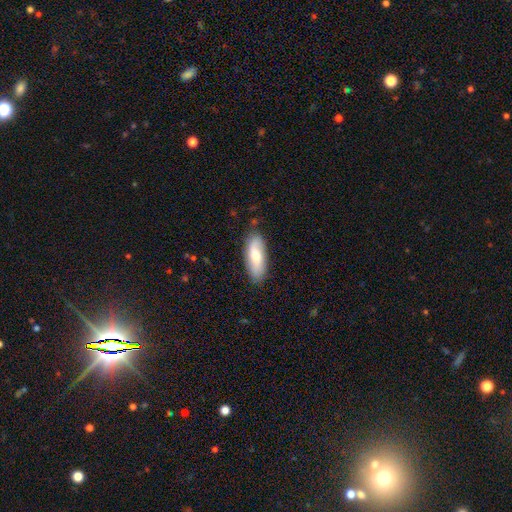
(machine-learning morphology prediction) smooth_or_featured: smooth (p=0.61) [alt: featured or disk p=0.33]
how_rounded: in between (p=0.73) [alt: cigar-shaped p=0.25]
merging: none (p=0.80) [alt: minor disturbance p=0.15]